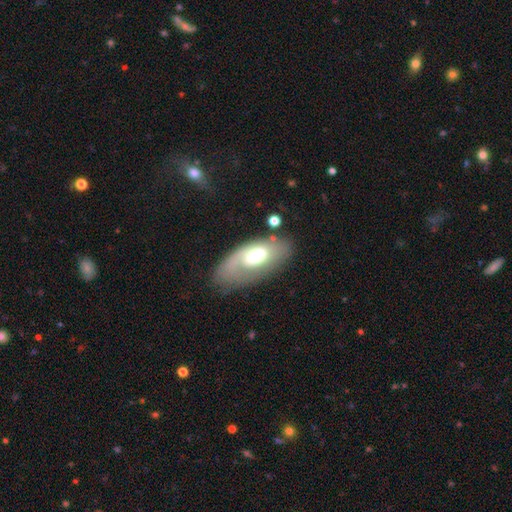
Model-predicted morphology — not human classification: Smooth or featured? smooth (50%)
Merging? none (54%)